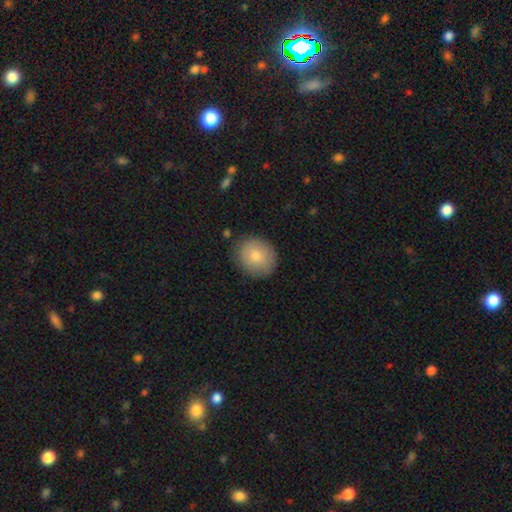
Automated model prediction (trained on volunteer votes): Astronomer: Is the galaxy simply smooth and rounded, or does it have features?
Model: smooth — 81%.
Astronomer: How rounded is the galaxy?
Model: round — 71%.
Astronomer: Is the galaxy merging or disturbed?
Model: none — 85%.